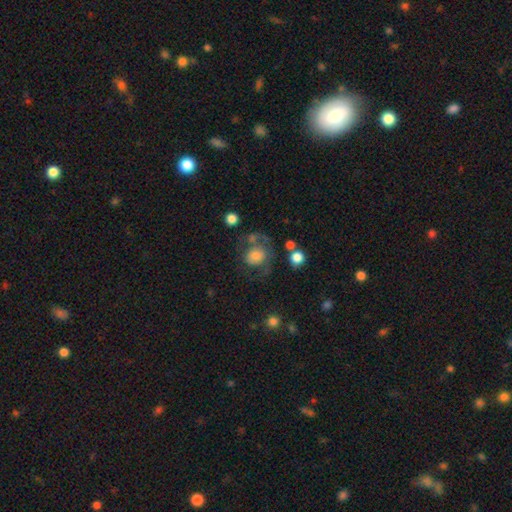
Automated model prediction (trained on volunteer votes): smooth-or-featured: smooth: 59% | featured or disk: 32% | star or artifact: 9%
  how-rounded: round: 69% | in between: 30% | cigar-shaped: 1%
  merging: none: 44% | major disturbance: 27% | minor disturbance: 20% | merger: 9%